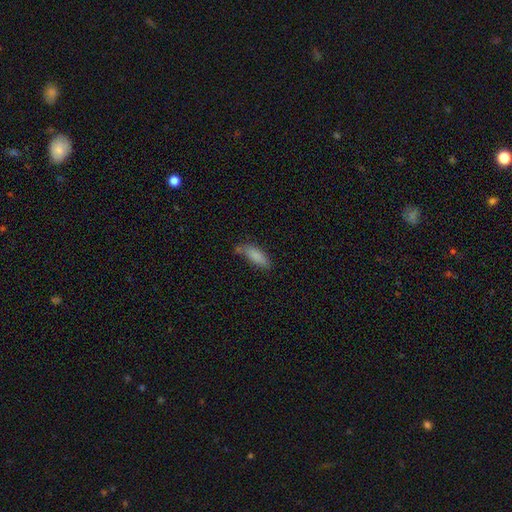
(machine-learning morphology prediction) A smooth galaxy with no disk features (85%) that is in between round and cigar-shaped (64%).

Vote fractions:
- Smooth or featured? smooth: 85% / star or artifact: 8% / featured or disk: 7%
- How rounded? in between: 64% / cigar-shaped: 34% / round: 2%
- Merging? none: 61% / minor disturbance: 26% / merger: 7% / major disturbance: 7%